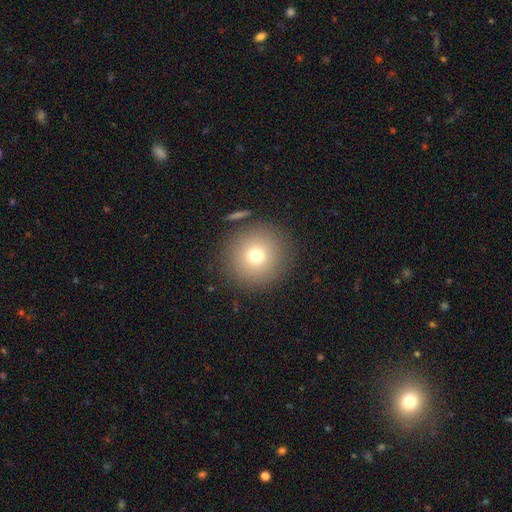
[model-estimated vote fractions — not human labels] Smooth or featured? smooth (73%)
How rounded? round (95%)
Merging? none (87%)